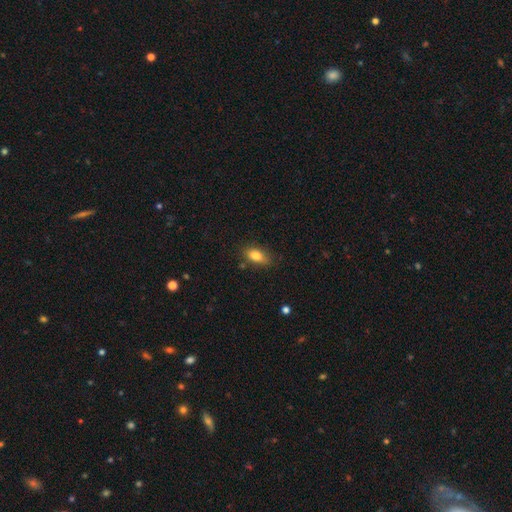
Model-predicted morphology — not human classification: Overall: smooth (81%). How rounded: in between (86%). Merging: none (78%).